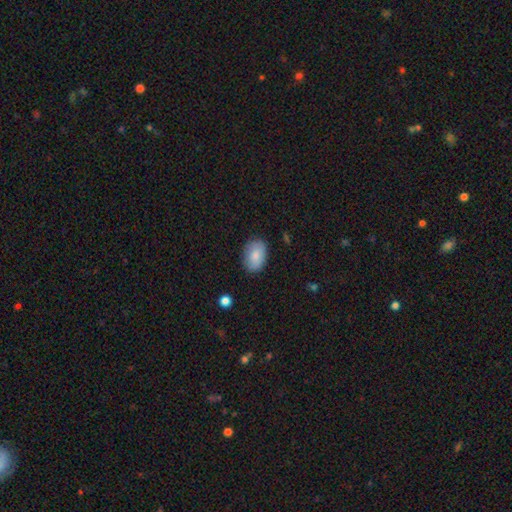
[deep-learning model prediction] Overall: smooth (84%). How rounded: in between (86%). Merging: none (83%).